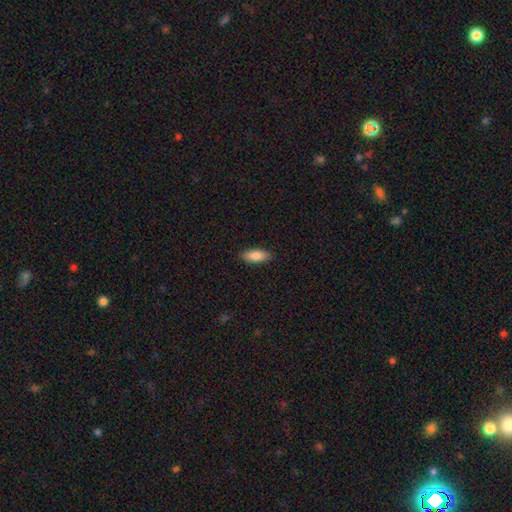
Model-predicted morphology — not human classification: type=smooth (86%); roundness=in between (78%); merging=none (88%).